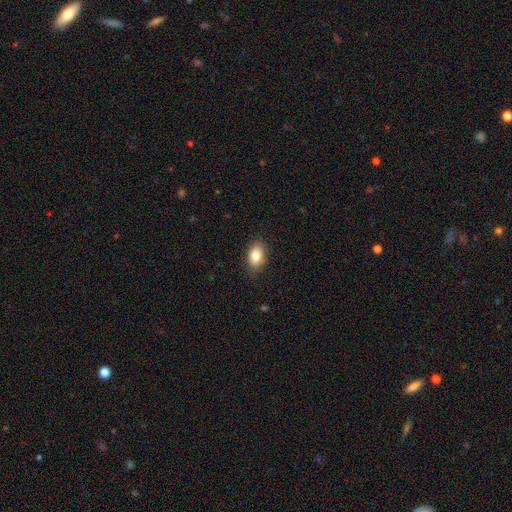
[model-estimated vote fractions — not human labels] Q: Smooth or featured?
A: smooth (85%); runner-up: star or artifact (8%)
Q: How rounded?
A: in between (89%); runner-up: round (9%)
Q: Merging?
A: none (85%); runner-up: minor disturbance (12%)